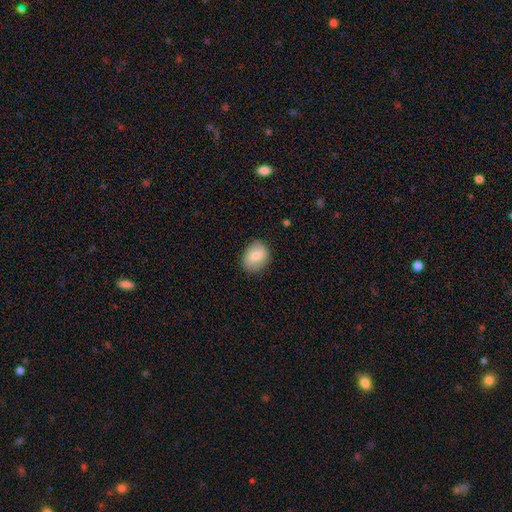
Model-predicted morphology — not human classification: Overall: smooth (80%). How rounded: in between (51%; round 48%). Merging: none (84%).